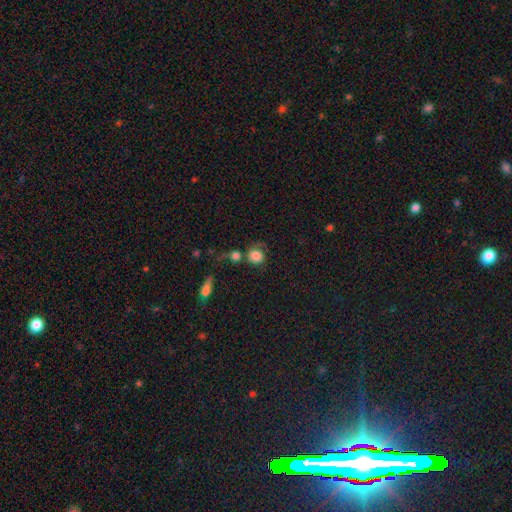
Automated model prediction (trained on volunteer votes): smooth 78%, featured or disk 13%, star or artifact 10%. Down the decision tree: how rounded — round (82%); merging — none (40%).